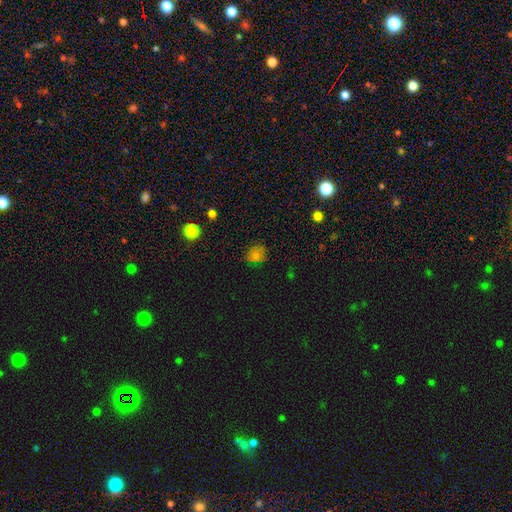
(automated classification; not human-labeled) Smooth or featured?
  - smooth: 66% *
  - star or artifact: 21%
  - featured or disk: 13%
How rounded?
  - round: 75% *
  - in between: 24%
  - cigar-shaped: 1%
Merging?
  - none: 76% *
  - minor disturbance: 18%
  - major disturbance: 5%
  - merger: 1%